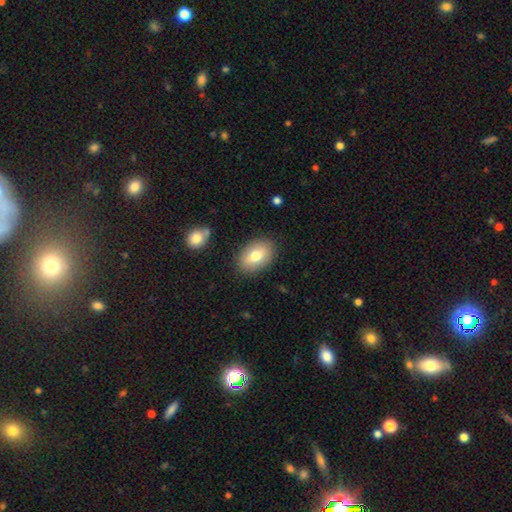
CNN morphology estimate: type=smooth (75%); roundness=in between (86%); merging=none (86%).